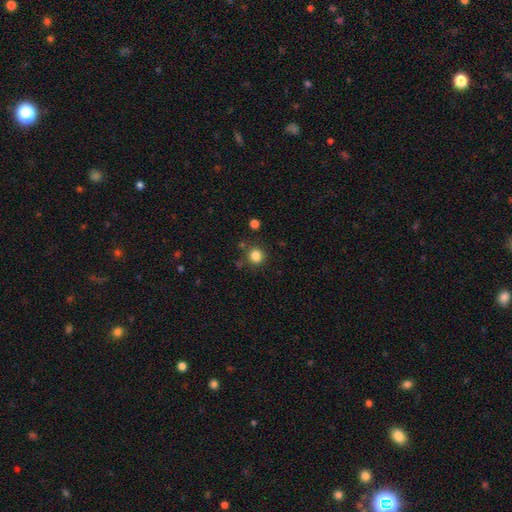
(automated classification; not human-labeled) Smooth or featured? smooth (84%)
How rounded? round (88%)
Merging? none (82%)